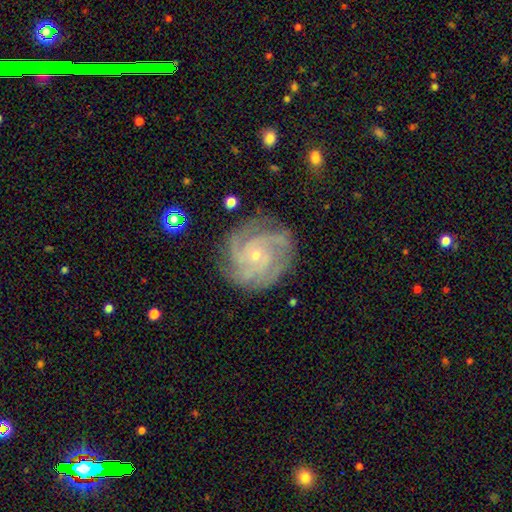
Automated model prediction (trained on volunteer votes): A featured or disk galaxy (88%) with no bar (77%), 3 (35%) tight (64%) spiral arms (98%) and a small central bulge (82%).

Vote fractions:
- Smooth or featured? featured or disk: 88% / star or artifact: 6% / smooth: 6%
- Edge-on disk? no: 98% / yes: 2%
- Bar? no: 77% / weak: 19% / strong: 4%
- Spiral arms? yes: 98% / no: 2%
- Spiral winding? tight: 64% / medium: 32% / loose: 5%
- Spiral arm count? 3: 35% / 4: 27% / can't tell: 15% / 2: 10% / more than 4: 7% / 1: 6%
- Bulge size? small: 82% / moderate: 14% / none: 2% / large: 1% / dominant: 1%
- Merging? none: 78% / minor disturbance: 15% / major disturbance: 5% / merger: 1%